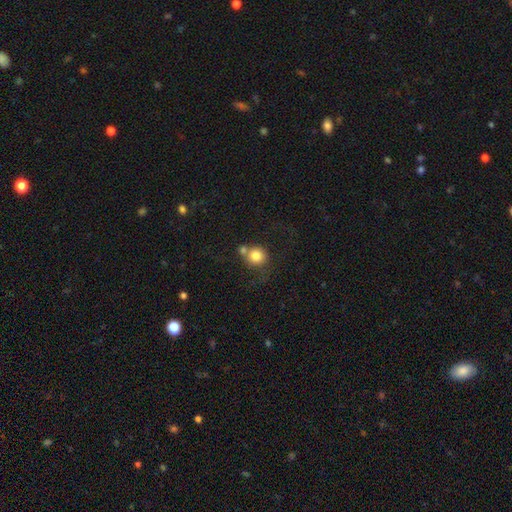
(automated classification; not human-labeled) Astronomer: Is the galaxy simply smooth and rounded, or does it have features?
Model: smooth — 80%.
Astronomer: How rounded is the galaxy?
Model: round — 89%.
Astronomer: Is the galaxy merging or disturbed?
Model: none — 45% (runner-up: merger, 37%).